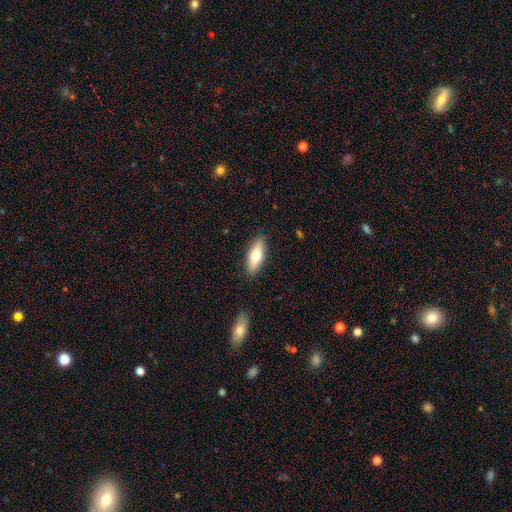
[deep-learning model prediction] This appears to be a smooth galaxy with no disk features (65%) that is in between round and cigar-shaped (65%). Merging: none (88%).